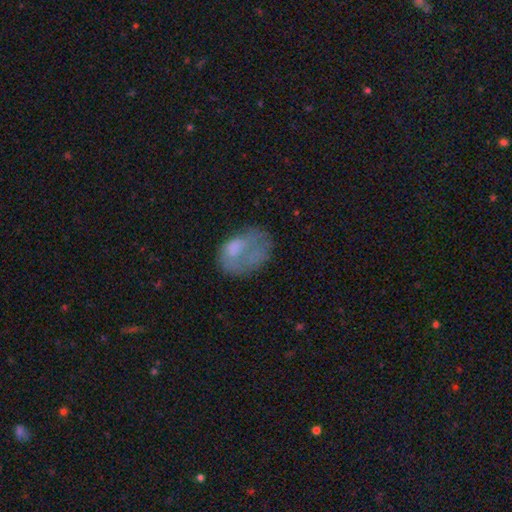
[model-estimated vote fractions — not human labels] Q: Smooth or featured?
A: smooth (54%); runner-up: featured or disk (34%)
Q: How rounded?
A: in between (80%); runner-up: round (19%)
Q: Merging?
A: major disturbance (38%); runner-up: none (32%)